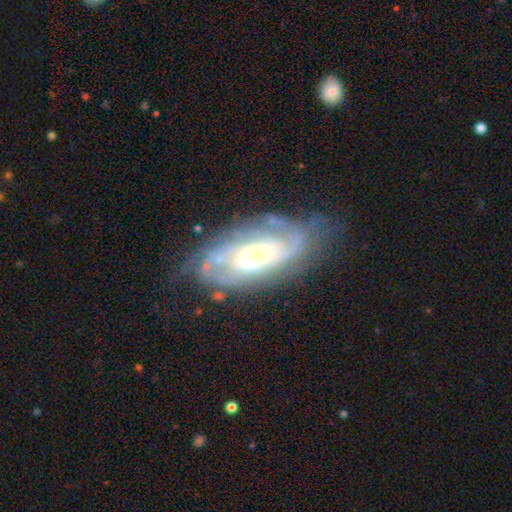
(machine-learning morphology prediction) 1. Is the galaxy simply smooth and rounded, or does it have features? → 81% featured or disk, 12% smooth, 6% star or artifact.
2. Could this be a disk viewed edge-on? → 93% no, 7% yes.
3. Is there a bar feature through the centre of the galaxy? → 52% no, 35% weak, 13% strong.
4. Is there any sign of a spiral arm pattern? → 92% yes, 8% no.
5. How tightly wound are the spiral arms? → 56% tight, 34% medium, 10% loose.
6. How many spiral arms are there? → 38% can't tell, 31% 2, 15% 3, 7% 4, 5% 1, 4% more than 4.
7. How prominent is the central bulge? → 50% moderate, 27% small, 19% large, 3% none, 2% dominant.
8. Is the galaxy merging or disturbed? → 64% none, 22% minor disturbance, 12% major disturbance, 2% merger.